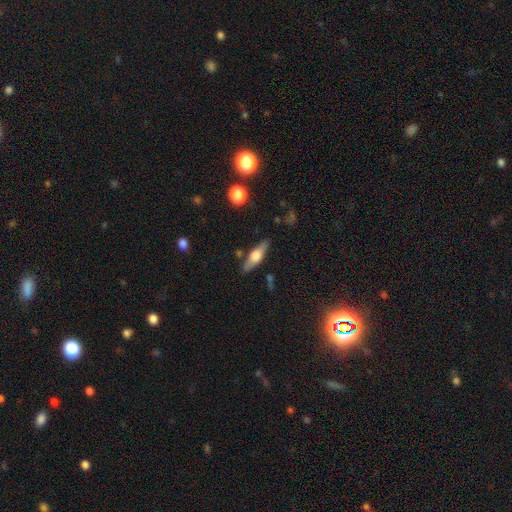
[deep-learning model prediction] smooth_or_featured: featured or disk (p=0.53) [alt: smooth p=0.41]
disk_edge_on: yes (p=0.91) [alt: no p=0.09]
merging: none (p=0.84) [alt: minor disturbance p=0.11]